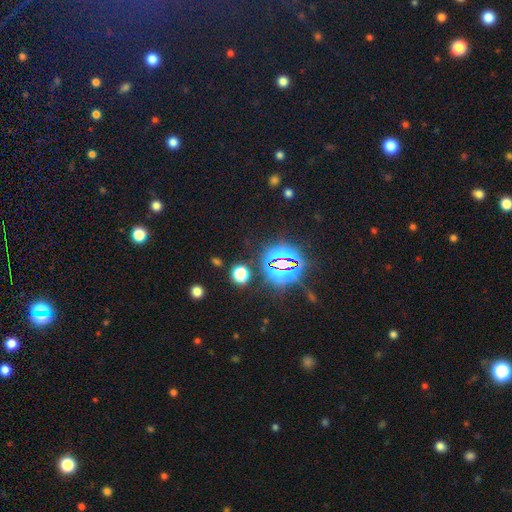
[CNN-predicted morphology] A star or artifact, not a galaxy (82%).

Vote fractions:
- Smooth or featured? star or artifact: 82% / smooth: 12% / featured or disk: 6%